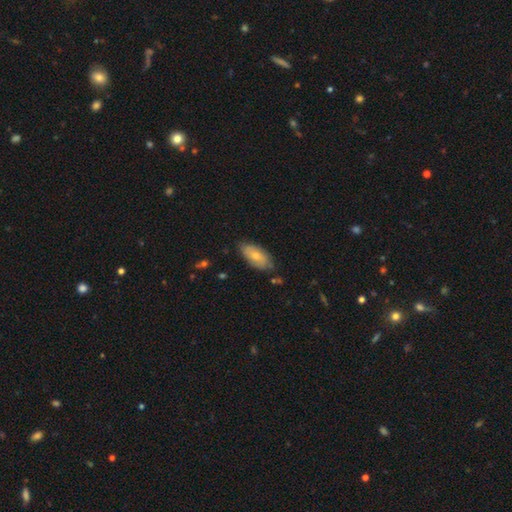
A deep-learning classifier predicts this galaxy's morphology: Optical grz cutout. It shows a smooth galaxy with no disk features (66%) that is in between round and cigar-shaped (91%). Merging: none (71%).